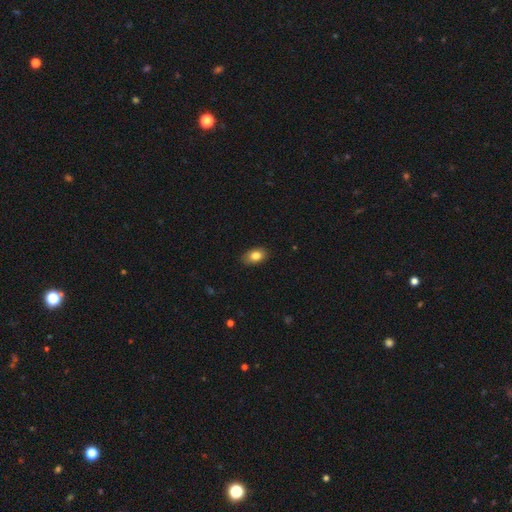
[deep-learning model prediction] A smooth galaxy with no disk features (83%) that is in between round and cigar-shaped (86%). Merging: none (86%).